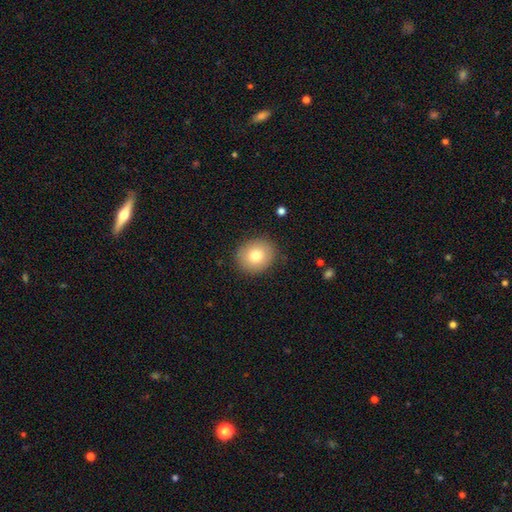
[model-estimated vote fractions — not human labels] smooth 79%, featured or disk 12%, star or artifact 9%. Down the decision tree: how rounded — round (77%); merging — none (87%).